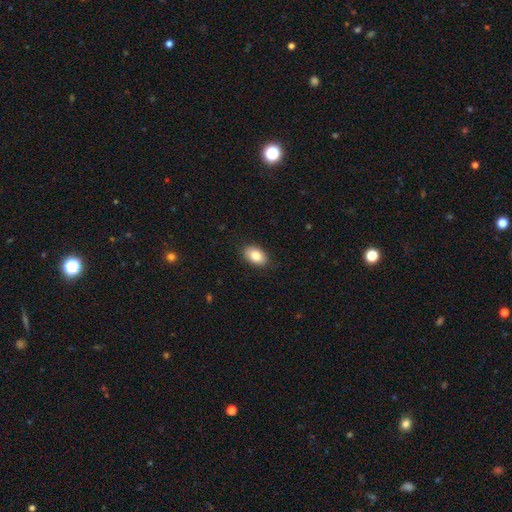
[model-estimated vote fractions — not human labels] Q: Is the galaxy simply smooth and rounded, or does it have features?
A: smooth — 84%.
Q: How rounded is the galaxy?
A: in between — 89%.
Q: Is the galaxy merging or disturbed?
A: none — 87%.